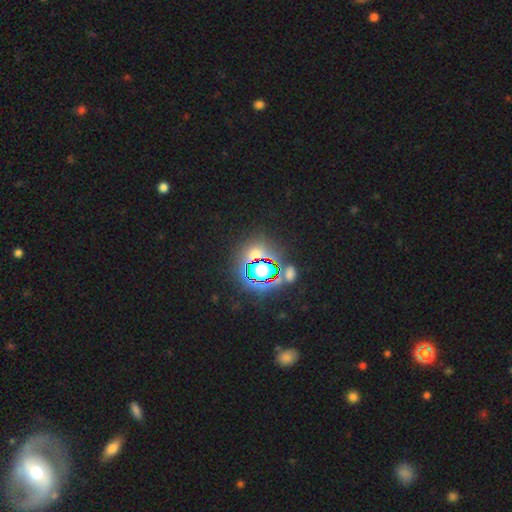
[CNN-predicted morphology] Smooth or featured: star or artifact — 66% (smooth — 24%)